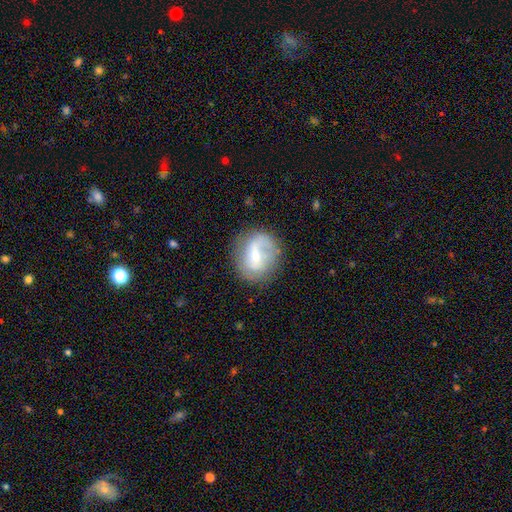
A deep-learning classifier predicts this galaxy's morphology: This appears to be a featured or disk galaxy (55%) with a weak bar (48%), spiral arms (68%) and a small central bulge (48%). Merging: none (64%).